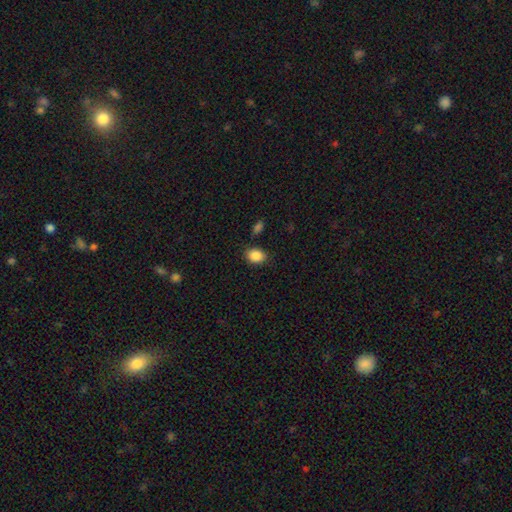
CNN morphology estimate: Smooth or featured? Predicted: smooth (p=0.88). How rounded? Predicted: in between (p=0.64). Merging? Predicted: none (p=0.81).